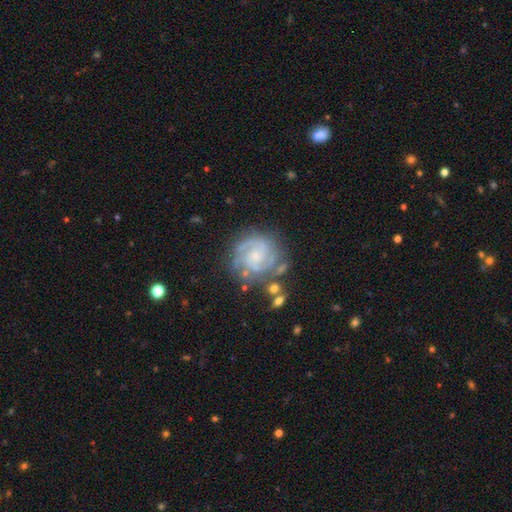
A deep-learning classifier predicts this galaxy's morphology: type=featured or disk (85%); edge-on=no (98%); bar=no (60%); spiral arms=yes (96%); winding=tight (65%); arm count=2 (55%); bulge=small (56%); merging=none (72%).